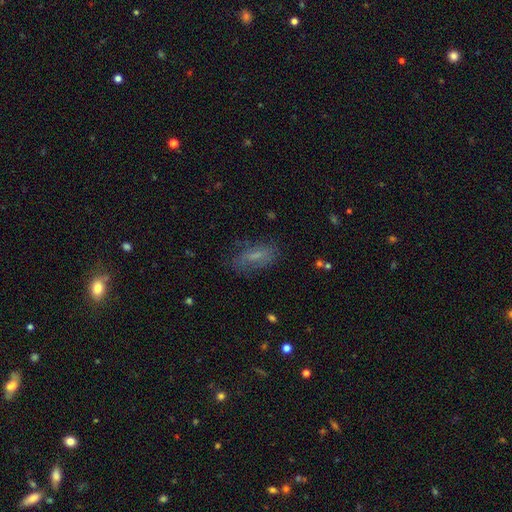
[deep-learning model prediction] smooth_or_featured: smooth (p=0.56) [alt: featured or disk p=0.30]
how_rounded: in between (p=0.72) [alt: cigar-shaped p=0.23]
merging: none (p=0.71) [alt: minor disturbance p=0.19]